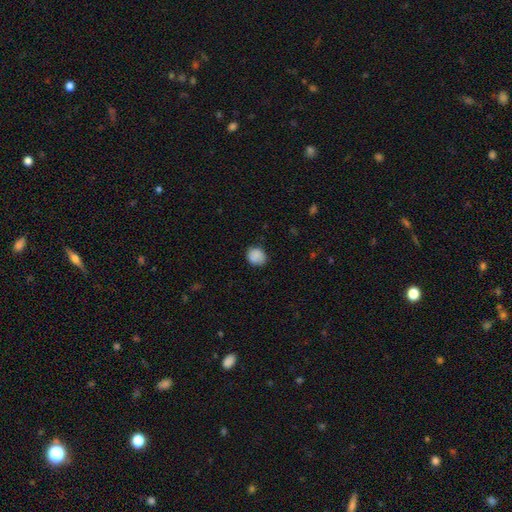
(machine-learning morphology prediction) A smooth galaxy with no disk features (86%) that is round (72%).

Vote fractions:
- Smooth or featured? smooth: 86% / star or artifact: 8% / featured or disk: 6%
- How rounded? round: 72% / in between: 27% / cigar-shaped: 1%
- Merging? none: 78% / minor disturbance: 17% / major disturbance: 4% / merger: 1%